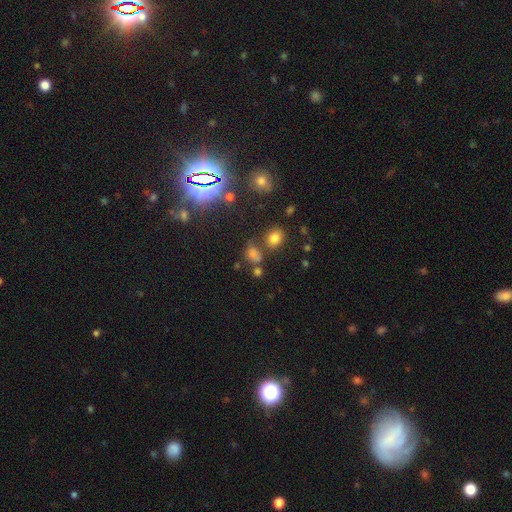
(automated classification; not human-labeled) smooth_or_featured: star or artifact (p=0.60) [alt: smooth p=0.31]